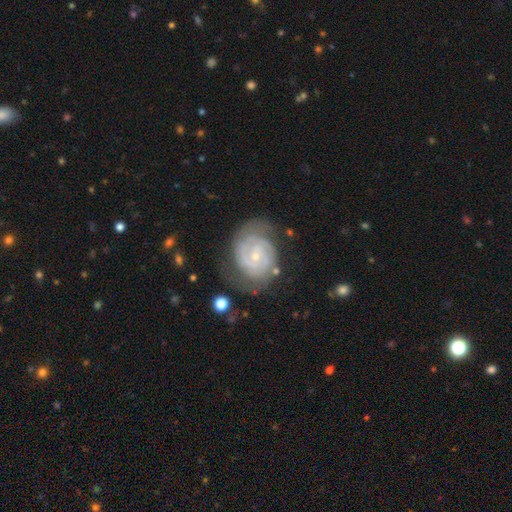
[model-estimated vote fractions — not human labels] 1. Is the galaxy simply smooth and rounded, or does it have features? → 87% featured or disk, 8% smooth, 5% star or artifact.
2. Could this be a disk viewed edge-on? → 98% no, 2% yes.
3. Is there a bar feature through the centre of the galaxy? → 58% no, 35% weak, 7% strong.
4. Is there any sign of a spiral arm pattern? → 96% yes, 4% no.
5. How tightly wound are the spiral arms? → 68% tight, 27% medium, 5% loose.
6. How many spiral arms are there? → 55% 2, 19% can't tell, 14% 3, 4% 4, 4% 1, 3% more than 4.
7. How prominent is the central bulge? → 78% small, 19% moderate, 2% none, 1% large, 1% dominant.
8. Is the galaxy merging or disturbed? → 68% none, 20% minor disturbance, 9% major disturbance, 2% merger.